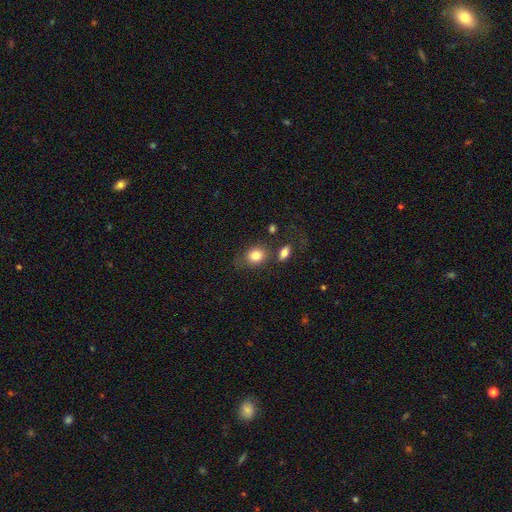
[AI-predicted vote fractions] This is clearly a smooth galaxy (82%). How rounded: possibly round (56%). Merging: likely none (64%).